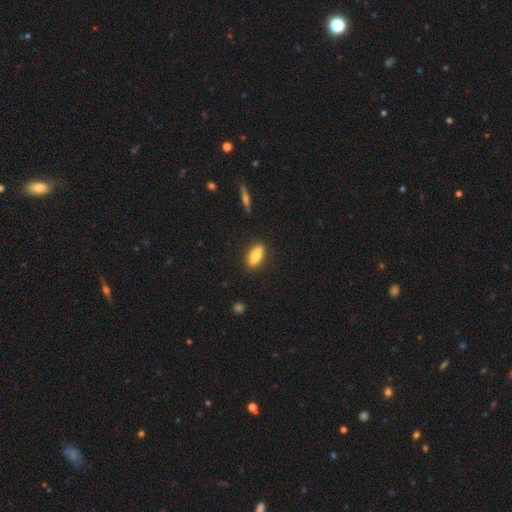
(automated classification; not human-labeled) smooth_or_featured: smooth (p=0.79) [alt: featured or disk p=0.15]
how_rounded: in between (p=0.70) [alt: cigar-shaped p=0.27]
merging: none (p=0.87) [alt: minor disturbance p=0.09]